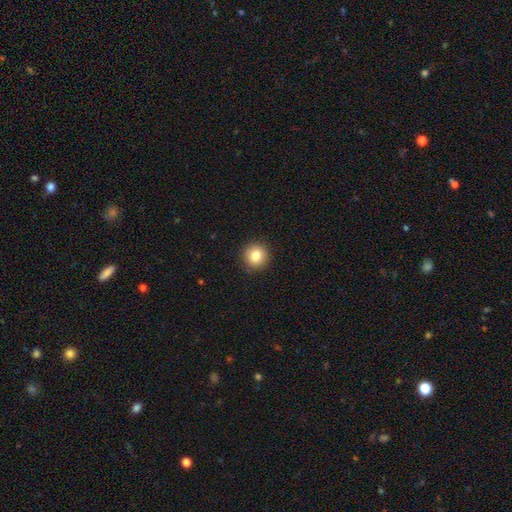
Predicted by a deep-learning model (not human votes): Smooth or featured?
  - smooth: 83% *
  - star or artifact: 10%
  - featured or disk: 7%
How rounded?
  - round: 94% *
  - in between: 5%
  - cigar-shaped: 1%
Merging?
  - none: 92% *
  - minor disturbance: 5%
  - major disturbance: 2%
  - merger: 1%